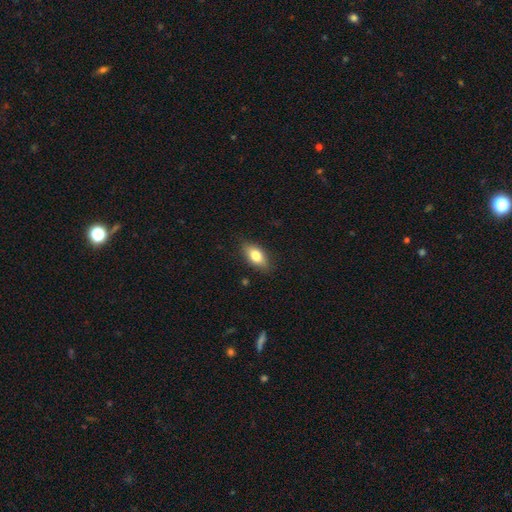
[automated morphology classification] Smooth or featured?
  - smooth: 77% *
  - featured or disk: 15%
  - star or artifact: 7%
How rounded?
  - in between: 86% *
  - cigar-shaped: 9%
  - round: 6%
Merging?
  - none: 85% *
  - minor disturbance: 12%
  - major disturbance: 3%
  - merger: 1%